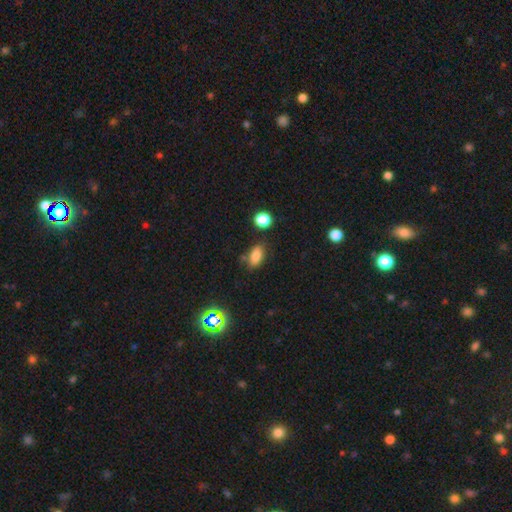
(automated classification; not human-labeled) smooth 81%, star or artifact 12%, featured or disk 7%. Down the decision tree: how rounded — in between (87%); merging — none (74%).